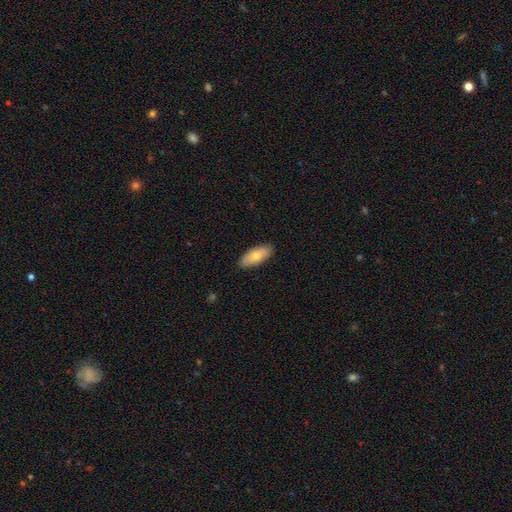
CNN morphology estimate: A smooth galaxy with no disk features (74%) that is in between round and cigar-shaped (84%).

Vote fractions:
- Smooth or featured? smooth: 74% / featured or disk: 20% / star or artifact: 6%
- How rounded? in between: 84% / cigar-shaped: 13% / round: 2%
- Merging? none: 89% / minor disturbance: 9% / major disturbance: 2% / merger: 1%